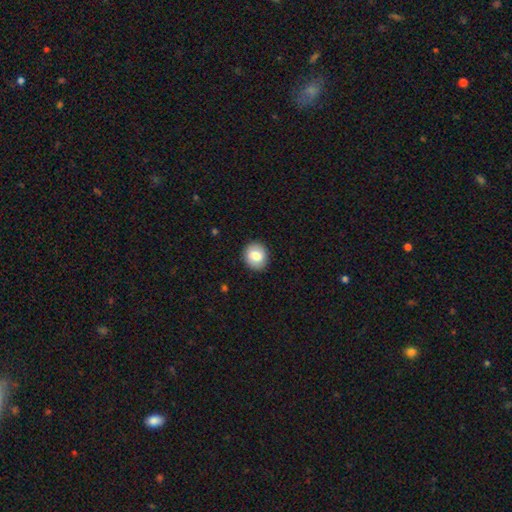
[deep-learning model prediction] This is likely a smooth galaxy (79%). How rounded: likely round (80%). Merging: clearly none (90%).